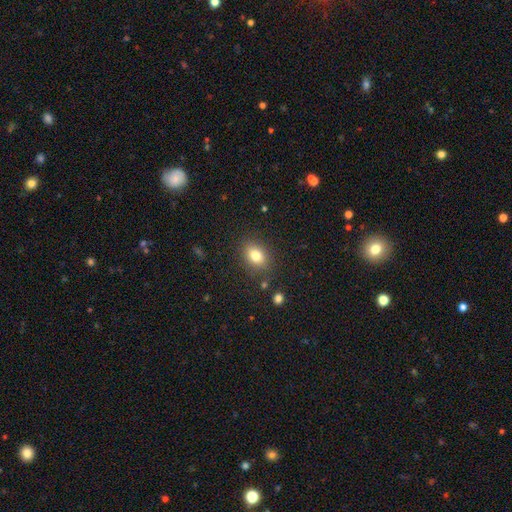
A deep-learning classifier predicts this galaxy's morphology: smooth-or-featured: smooth: 81% | star or artifact: 11% | featured or disk: 8%
  how-rounded: in between: 68% | round: 30% | cigar-shaped: 1%
  merging: none: 84% | minor disturbance: 10% | major disturbance: 3% | merger: 2%